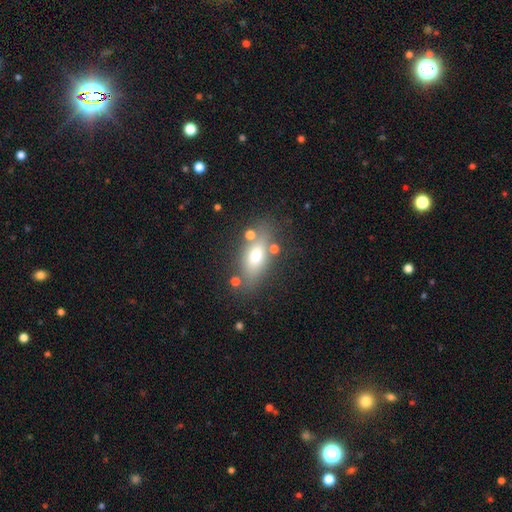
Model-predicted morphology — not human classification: Smooth or featured: smooth — 64% (featured or disk — 25%)
How rounded: in between — 75% (cigar-shaped — 17%)
Merging: none — 73% (minor disturbance — 14%)